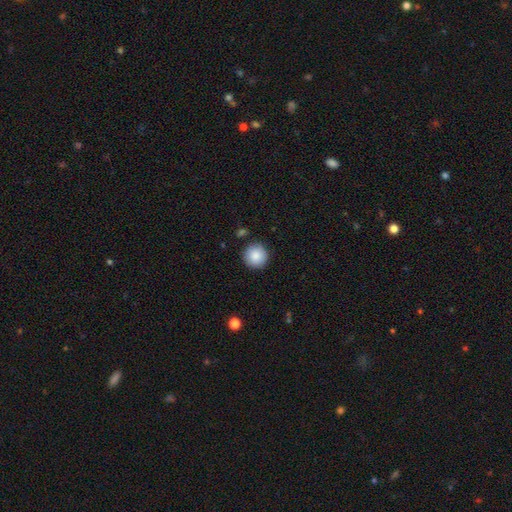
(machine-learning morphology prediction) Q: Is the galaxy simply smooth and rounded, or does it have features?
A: smooth — 87%.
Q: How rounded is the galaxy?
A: round — 95%.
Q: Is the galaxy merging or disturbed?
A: none — 89%.